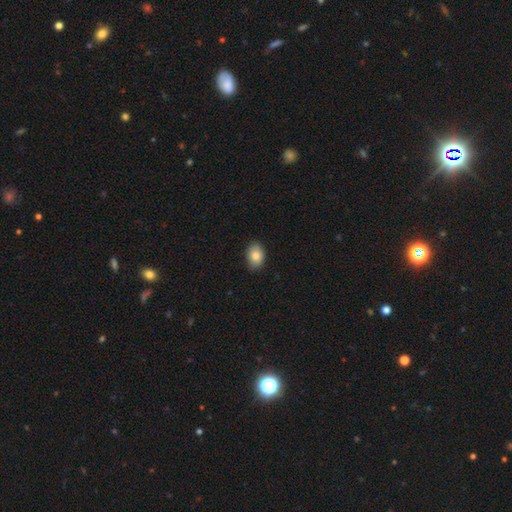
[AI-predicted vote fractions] The model was most divided on "how rounded": in between: 79%, round: 20%, cigar-shaped: 1%. More confident: merging — none (87%); smooth or featured — smooth (84%).